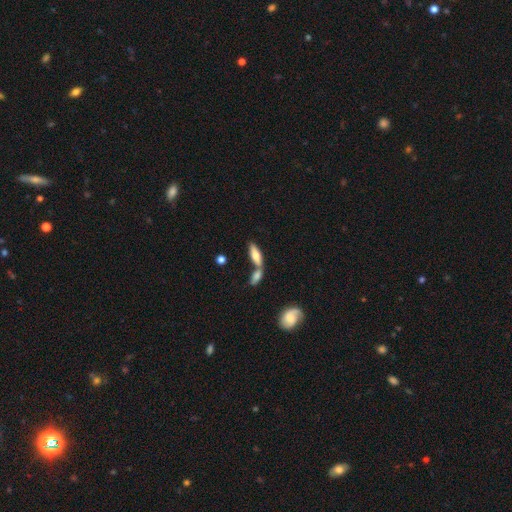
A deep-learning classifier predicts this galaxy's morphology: smooth 66%, featured or disk 27%, star or artifact 7%. Down the decision tree: how rounded — in between (59%); merging — merger (44%).